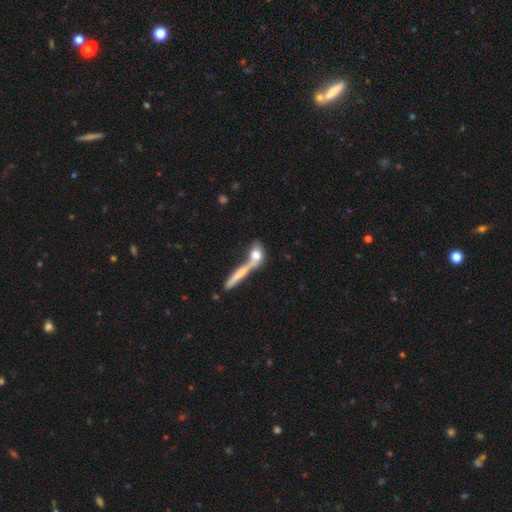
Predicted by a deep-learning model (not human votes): Overall: smooth (67%). How rounded: in between (42%; cigar-shaped 34%). Merging: merger (49%; none 30%).